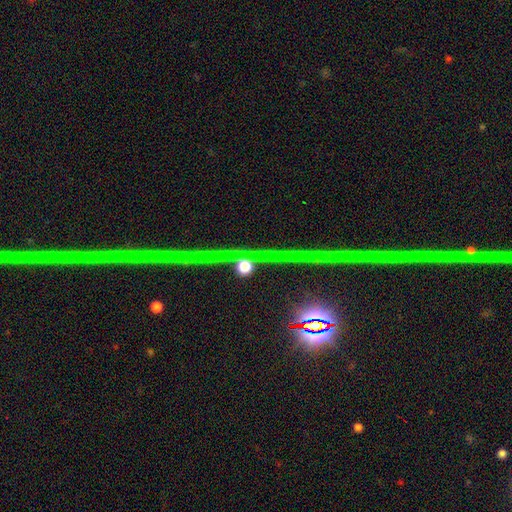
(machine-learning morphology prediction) smooth_or_featured: star or artifact (p=0.86) [alt: featured or disk p=0.09]